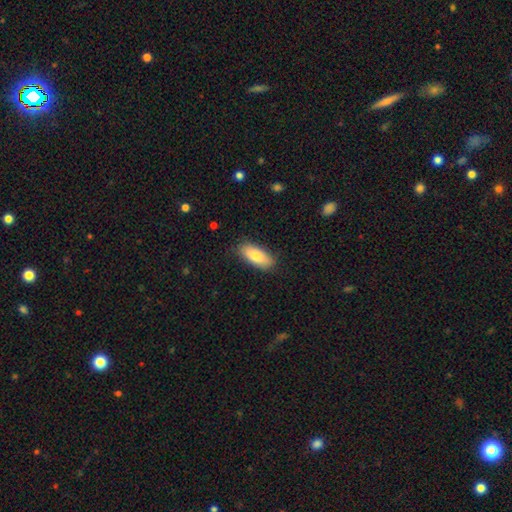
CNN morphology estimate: A smooth galaxy with no disk features (80%) that is in between round and cigar-shaped (82%). Merging: none (85%).